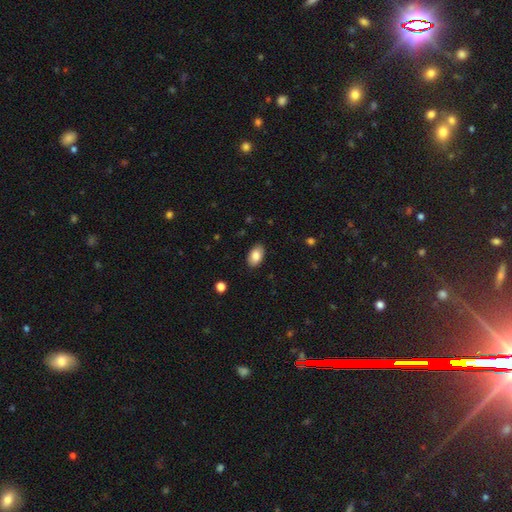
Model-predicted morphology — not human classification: type=smooth (84%); roundness=in between (93%); merging=none (87%).